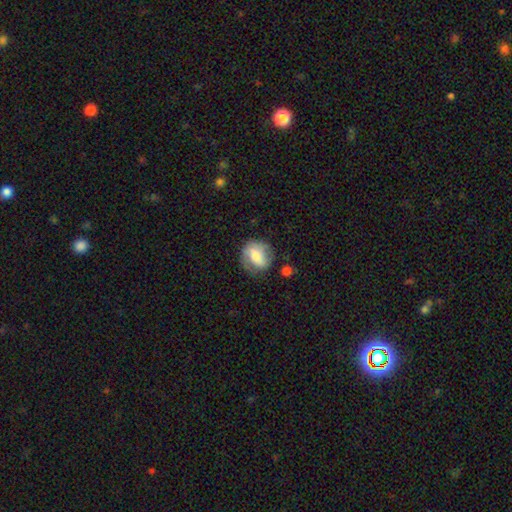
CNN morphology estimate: type=featured or disk (48%); merging=none (63%).